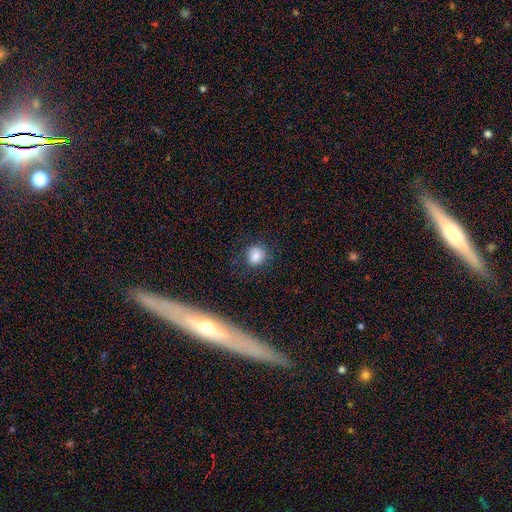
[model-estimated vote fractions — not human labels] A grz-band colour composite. It shows a smooth galaxy with no disk features (82%) that is round (83%). Merging: none (82%).